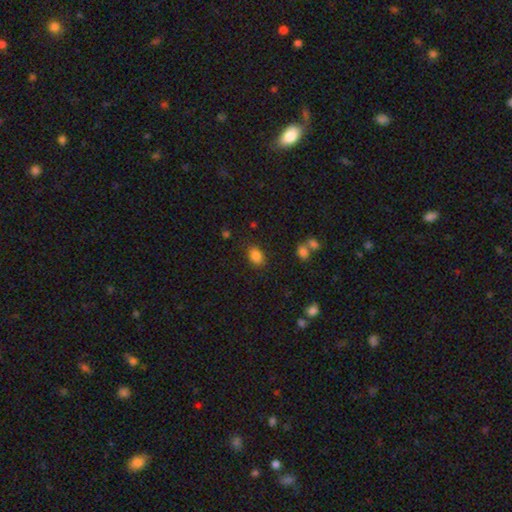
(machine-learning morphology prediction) A smooth galaxy with no disk features (85%) that is in between round and cigar-shaped (79%). Merging: none (80%).